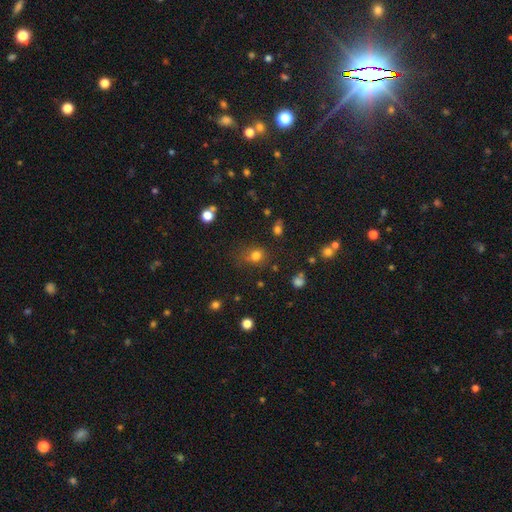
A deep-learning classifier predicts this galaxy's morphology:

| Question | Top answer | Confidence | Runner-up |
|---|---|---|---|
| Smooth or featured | smooth | 76% | star or artifact (17%) |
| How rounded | round | 65% | in between (33%) |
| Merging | none | 64% | minor disturbance (21%) |